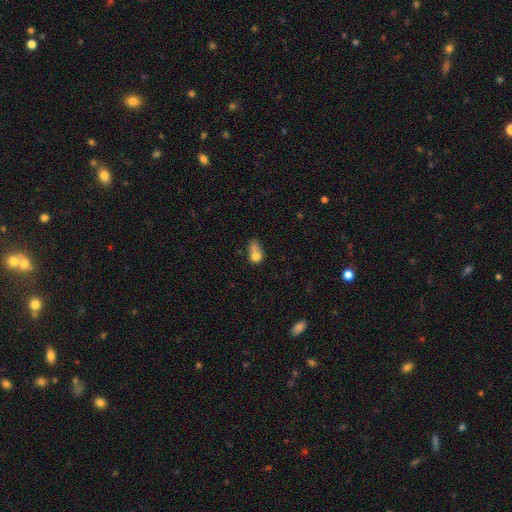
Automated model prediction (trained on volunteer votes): Smooth or featured? Predicted: smooth (p=0.72). How rounded? Predicted: in between (p=0.55). Merging? Predicted: merger (p=0.39).